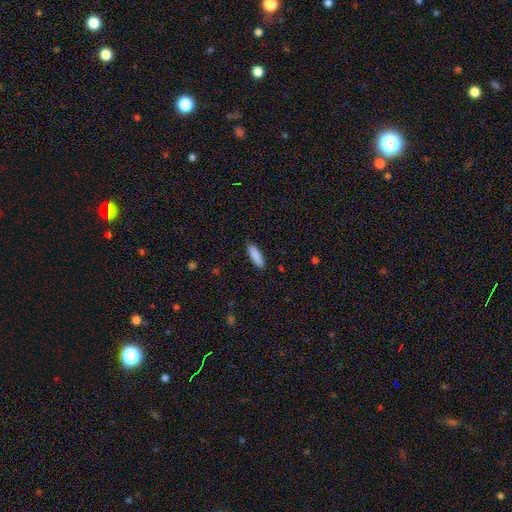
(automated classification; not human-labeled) A smooth galaxy with no disk features (89%) that is cigar-shaped (59%).

Vote fractions:
- Smooth or featured? smooth: 89% / star or artifact: 6% / featured or disk: 5%
- How rounded? cigar-shaped: 59% / in between: 40% / round: 1%
- Merging? none: 89% / minor disturbance: 8% / major disturbance: 2% / merger: 1%